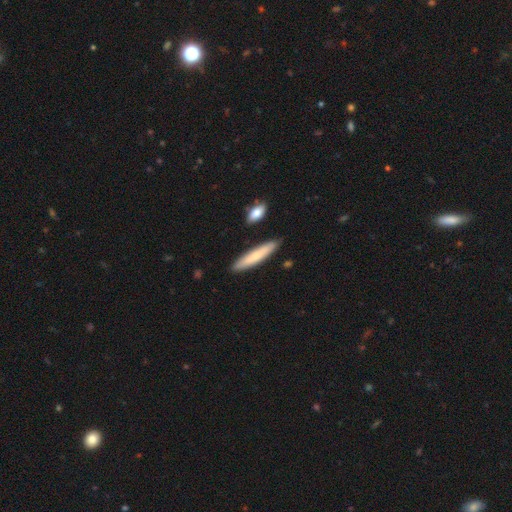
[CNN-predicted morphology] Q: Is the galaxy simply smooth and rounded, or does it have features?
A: smooth — 76%.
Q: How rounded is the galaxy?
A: cigar-shaped — 89%.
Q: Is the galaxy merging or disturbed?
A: none — 87%.